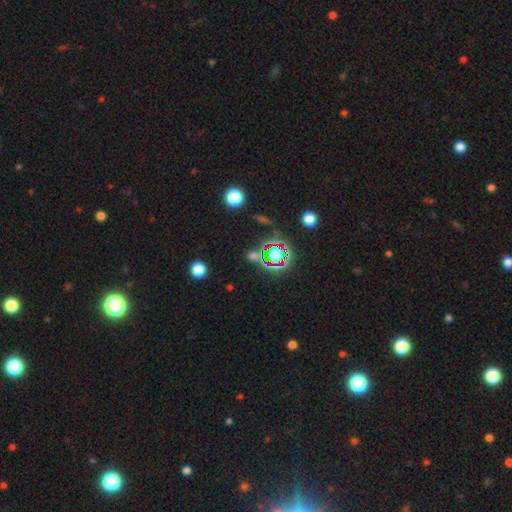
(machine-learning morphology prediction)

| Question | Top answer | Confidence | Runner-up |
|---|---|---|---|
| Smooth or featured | star or artifact | 71% | smooth (20%) |